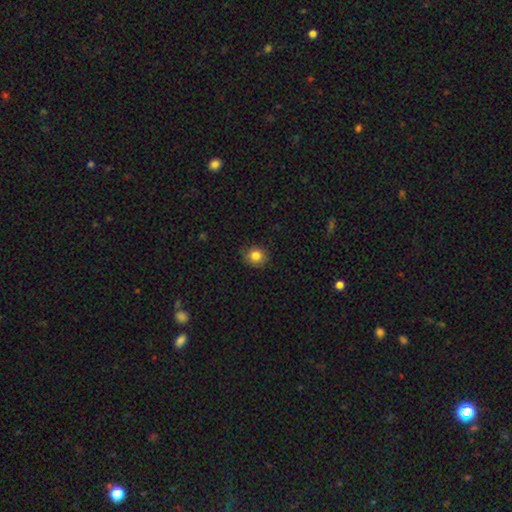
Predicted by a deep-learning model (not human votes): Smooth or featured?
  - smooth: 84% *
  - star or artifact: 10%
  - featured or disk: 6%
How rounded?
  - round: 86% *
  - in between: 13%
  - cigar-shaped: 1%
Merging?
  - none: 87% *
  - minor disturbance: 10%
  - major disturbance: 2%
  - merger: 1%